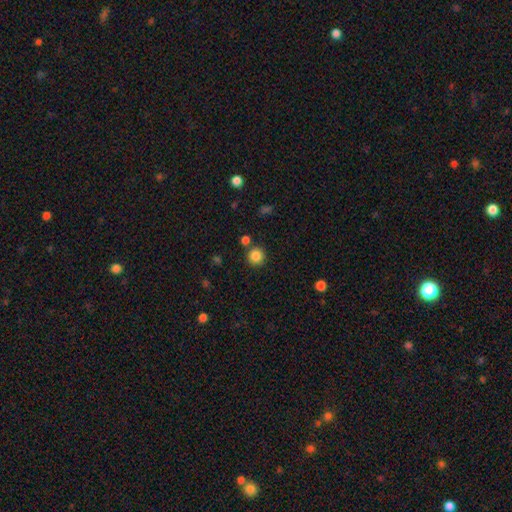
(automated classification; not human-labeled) Morphology: type=smooth (85%); roundness=round (94%); merging=none (83%).